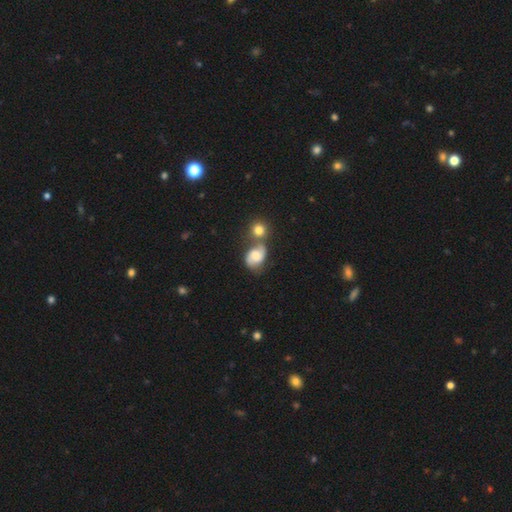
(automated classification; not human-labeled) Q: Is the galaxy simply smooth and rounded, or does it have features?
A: featured or disk — 54%.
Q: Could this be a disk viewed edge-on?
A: no — 97%.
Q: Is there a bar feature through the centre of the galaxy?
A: no — 60%.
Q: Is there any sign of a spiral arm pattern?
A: yes — 88%.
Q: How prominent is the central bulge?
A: moderate — 39%.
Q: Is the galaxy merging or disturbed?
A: merger — 39%, tied with none.